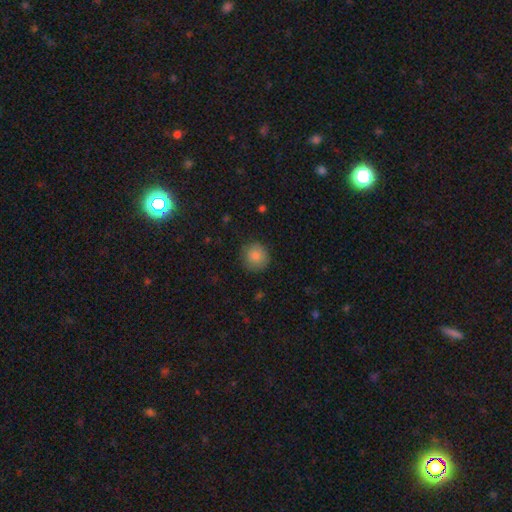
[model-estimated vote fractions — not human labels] A smooth galaxy with no disk features (85%) that is round (93%). Merging: none (85%).